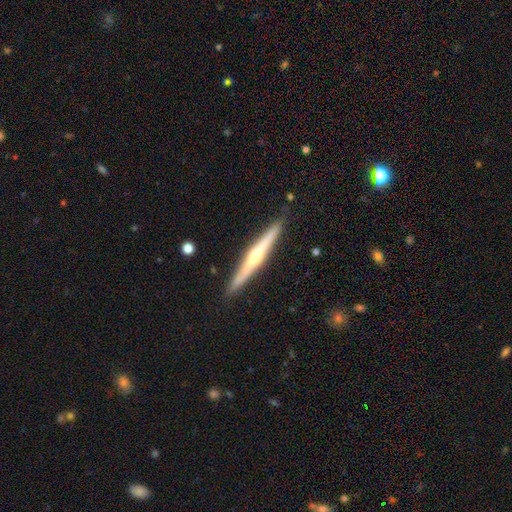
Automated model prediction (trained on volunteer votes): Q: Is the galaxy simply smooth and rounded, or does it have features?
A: featured or disk — 71%.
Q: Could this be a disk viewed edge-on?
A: yes — 98%.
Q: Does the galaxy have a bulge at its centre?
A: rounded — 85%.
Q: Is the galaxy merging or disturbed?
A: none — 90%.